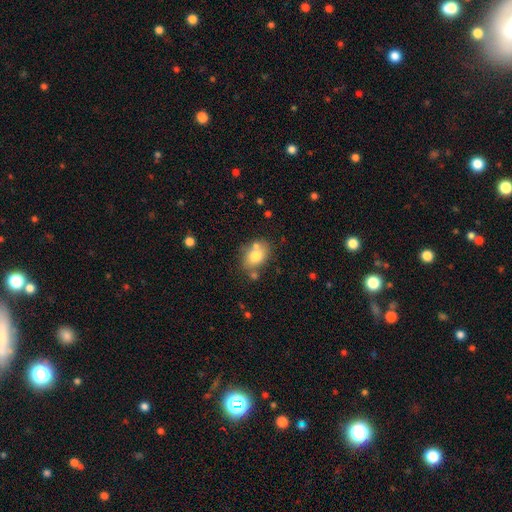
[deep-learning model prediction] Smooth or featured? Predicted: smooth (p=0.75). How rounded? Predicted: in between (p=0.71). Merging? Predicted: none (p=0.63).